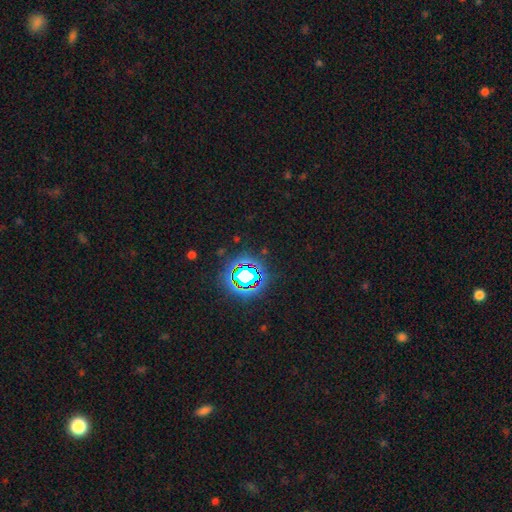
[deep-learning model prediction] This is likely a star or artifact rather than a galaxy (79%).